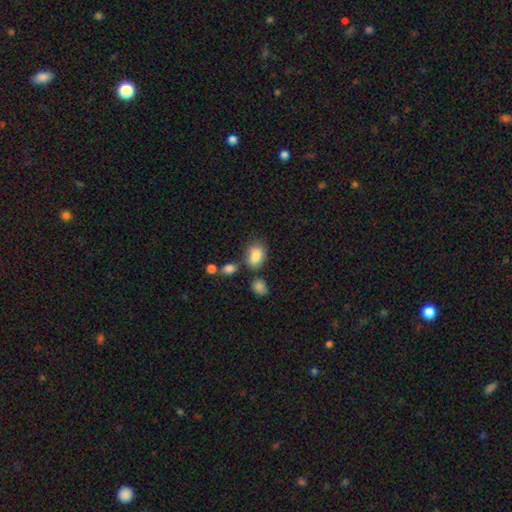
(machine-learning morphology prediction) A smooth galaxy with no disk features (84%) that is in between round and cigar-shaped (78%). Merging: none (64%).